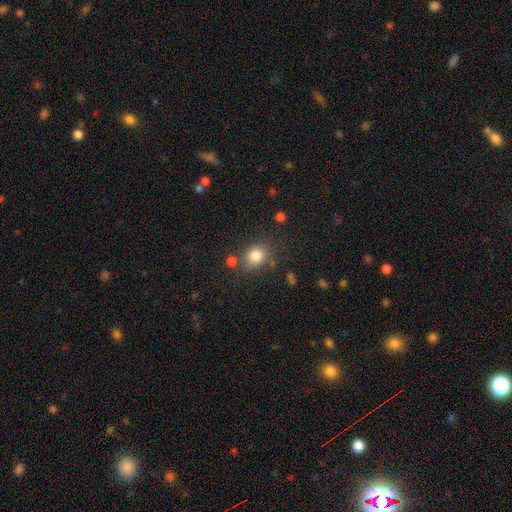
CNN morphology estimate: This is clearly a smooth galaxy (82%). How rounded: likely round (60%). Merging: likely none (71%).